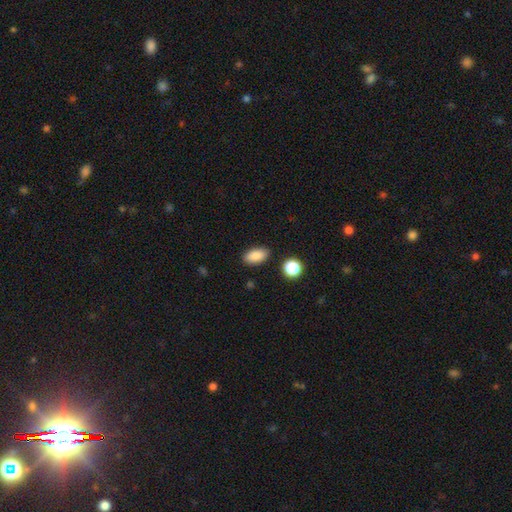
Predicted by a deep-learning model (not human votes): A smooth galaxy with no disk features (87%) that is in between round and cigar-shaped (89%). Merging: none (86%).